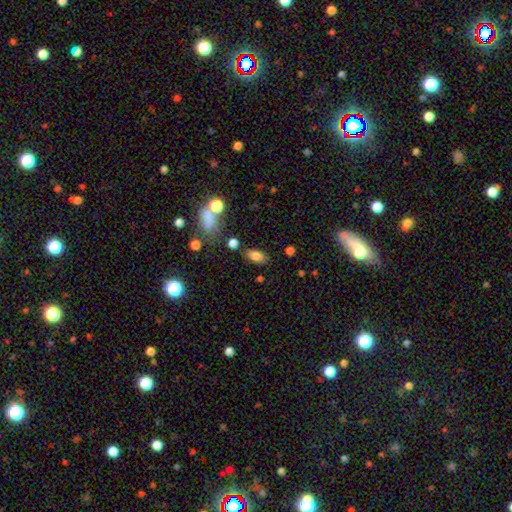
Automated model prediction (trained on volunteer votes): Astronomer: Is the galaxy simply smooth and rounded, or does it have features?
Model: smooth — 82%.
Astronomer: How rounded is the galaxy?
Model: in between — 89%.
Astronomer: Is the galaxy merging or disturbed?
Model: none — 77%.